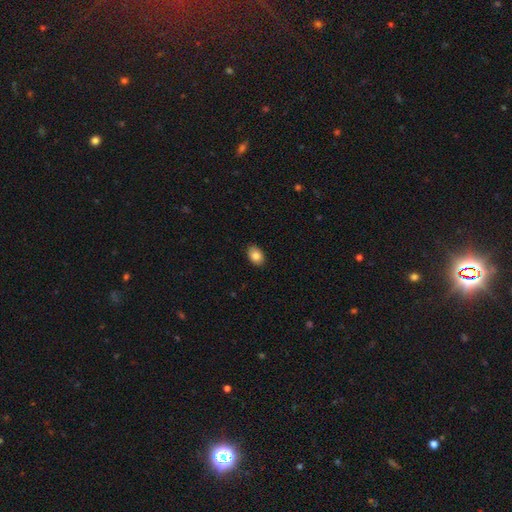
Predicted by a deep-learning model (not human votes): Morphology: type=smooth (86%); roundness=in between (81%); merging=none (88%).